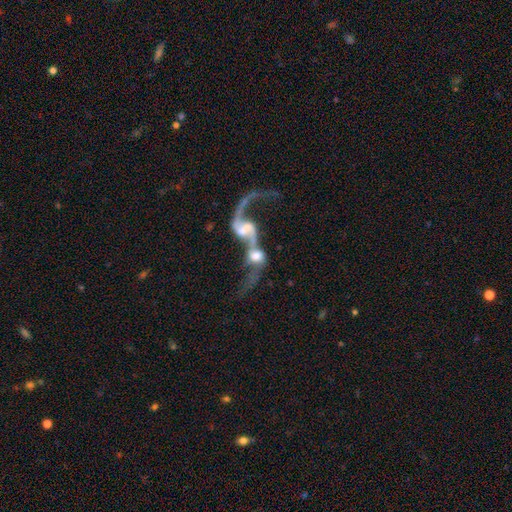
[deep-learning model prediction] A featured or disk galaxy (77%) with no bar (46%), 2 (78%) loose (90%) spiral arms (83%) and a moderate central bulge (28%, tied with none).

Vote fractions:
- Smooth or featured? featured or disk: 77% / smooth: 15% / star or artifact: 7%
- Edge-on disk? no: 95% / yes: 5%
- Bar? no: 46% / weak: 36% / strong: 18%
- Spiral arms? yes: 83% / no: 17%
- Spiral winding? loose: 90% / medium: 8% / tight: 2%
- Spiral arm count? 2: 78% / 1: 15% / can't tell: 4% / 3: 1% / 4: 1% / more than 4: 1%
- Bulge size? moderate: 28% (tied) / none: 28% (tied) / small: 23% / large: 17% / dominant: 4%
- Merging? merger: 72% / none: 12% / major disturbance: 11% / minor disturbance: 5%